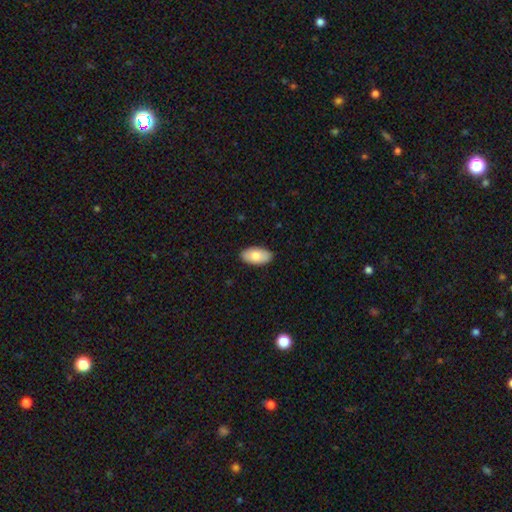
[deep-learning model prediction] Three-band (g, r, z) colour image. It shows a smooth galaxy with no disk features (80%) that is in between round and cigar-shaped (95%). Merging: none (89%).